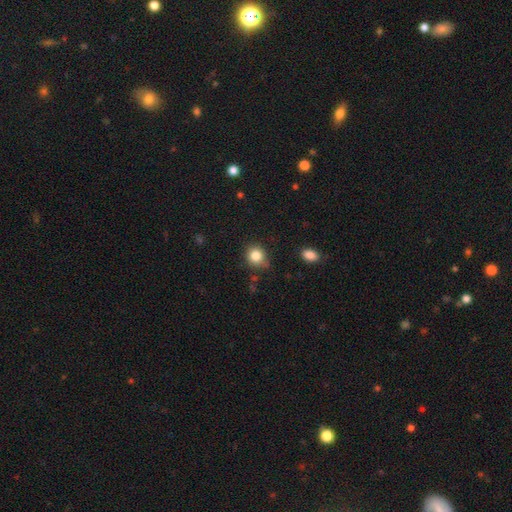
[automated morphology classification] This appears to be a smooth galaxy with no disk features (83%) that is round (80%). Merging: none (76%).